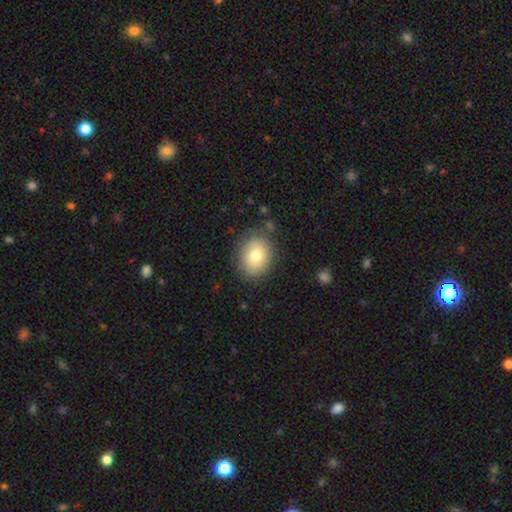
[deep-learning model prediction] Q: Smooth or featured?
A: smooth (79%); runner-up: featured or disk (12%)
Q: How rounded?
A: in between (56%); runner-up: round (44%)
Q: Merging?
A: none (82%); runner-up: minor disturbance (13%)